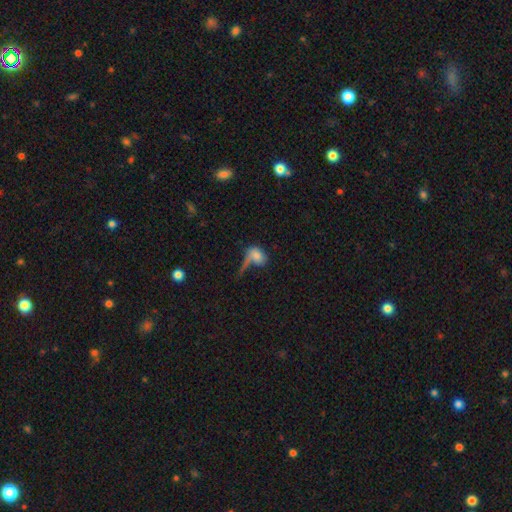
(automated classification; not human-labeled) Q: Smooth or featured?
A: smooth (67%); runner-up: featured or disk (23%)
Q: How rounded?
A: in between (69%); runner-up: round (27%)
Q: Merging?
A: major disturbance (37%); runner-up: none (27%)